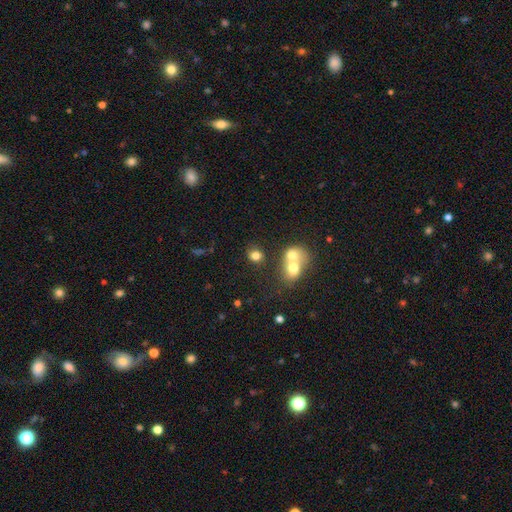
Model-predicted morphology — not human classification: The model was most divided on "merging": none: 54%, merger: 33%, minor disturbance: 9%, major disturbance: 4%. More confident: smooth or featured — smooth (78%); how rounded — round (69%).